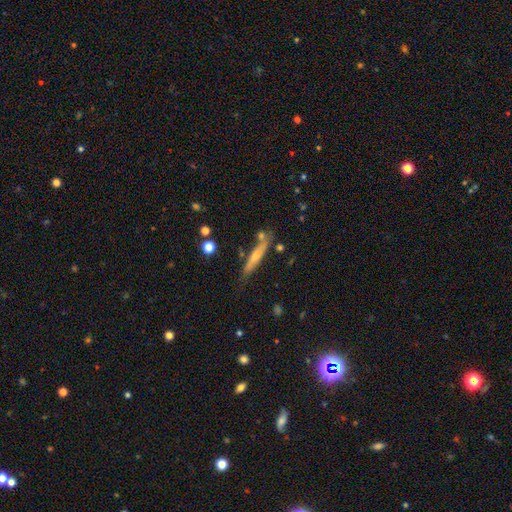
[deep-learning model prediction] This appears to be a featured or disk galaxy (57%) viewed edge-on (91%) with a rounded central bulge (69%). Merging: none (73%).